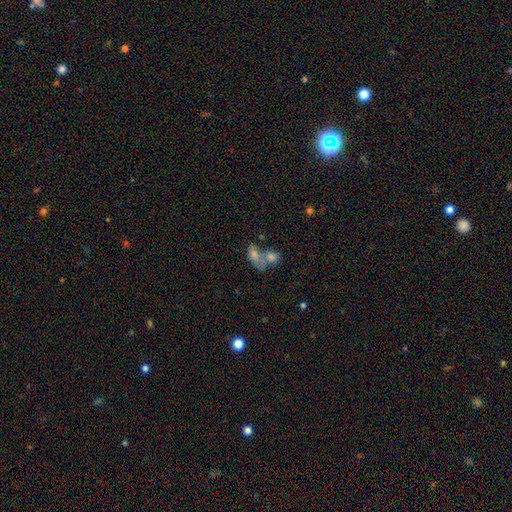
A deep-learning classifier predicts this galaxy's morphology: A smooth galaxy with no disk features (68%) that is in between round and cigar-shaped (84%). Merging: merger (61%).